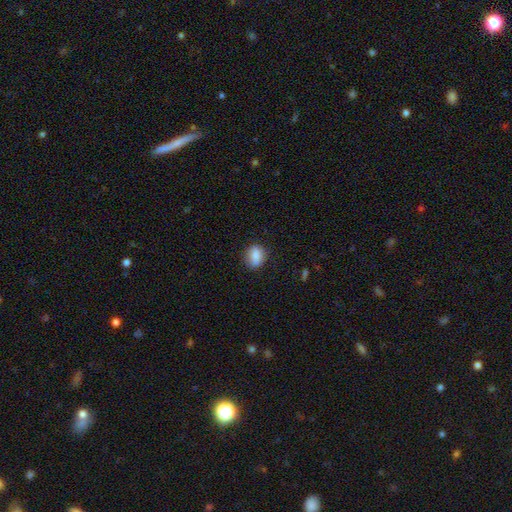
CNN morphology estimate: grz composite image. It shows a smooth galaxy with no disk features (86%) that is in between round and cigar-shaped (62%). Merging: none (81%).